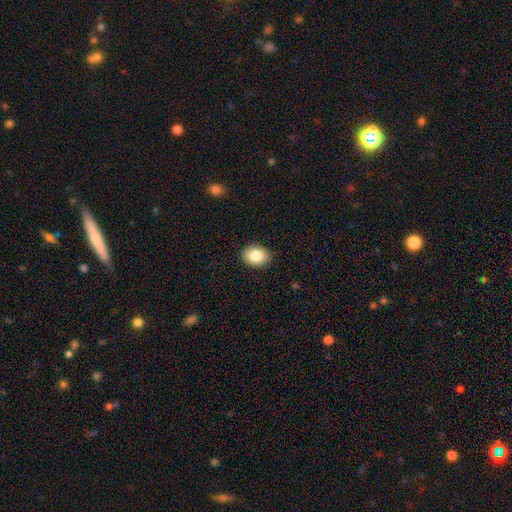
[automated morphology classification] Smooth or featured? Predicted: smooth (p=0.84). How rounded? Predicted: in between (p=0.64). Merging? Predicted: none (p=0.89).